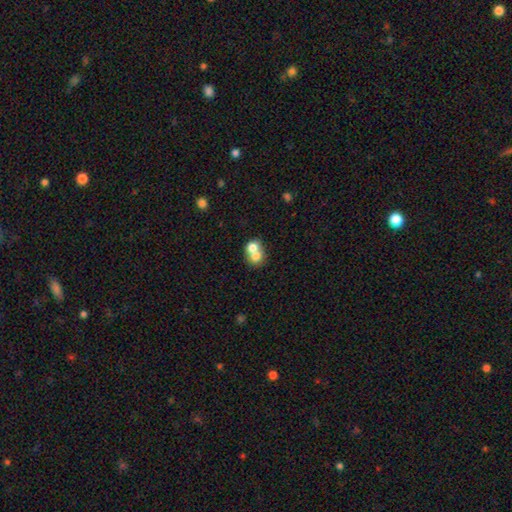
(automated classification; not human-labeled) Smooth or featured? smooth (70%)
How rounded? round (67%)
Merging? merger (69%)